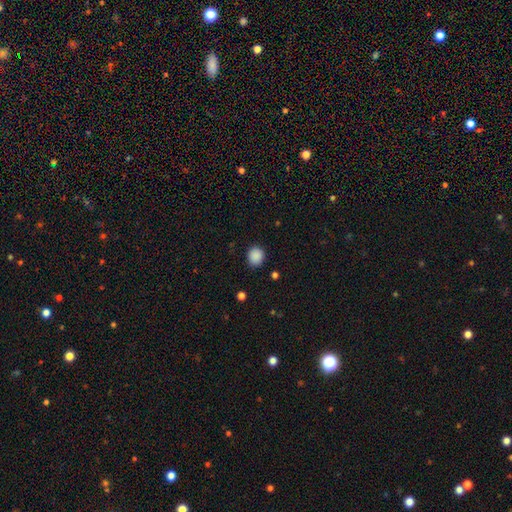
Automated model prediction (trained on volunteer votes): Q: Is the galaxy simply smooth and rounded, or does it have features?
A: smooth — 89%.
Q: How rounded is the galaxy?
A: round — 81%.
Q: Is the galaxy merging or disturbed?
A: none — 88%.